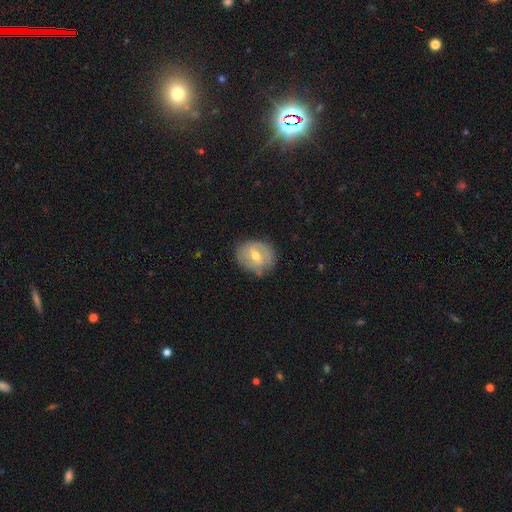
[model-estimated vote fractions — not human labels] The model was most divided on "spiral arms": yes: 53%, no: 47%. More confident: edge-on disk — no (95%); merging — none (74%); bulge size — moderate (70%); smooth or featured — featured or disk (54%); bar — weak (52%).